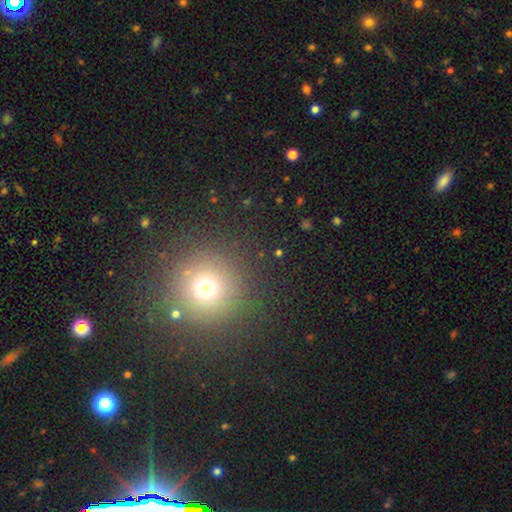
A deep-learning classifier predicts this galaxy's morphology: The model was most divided on "smooth or featured": smooth: 55%, star or artifact: 36%, featured or disk: 9%. More confident: how rounded — round (95%); merging — none (90%).